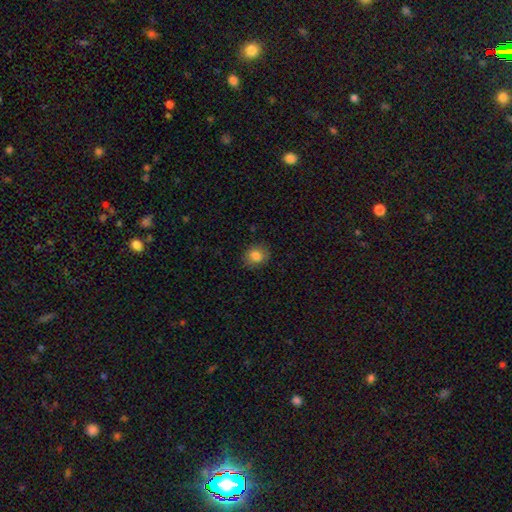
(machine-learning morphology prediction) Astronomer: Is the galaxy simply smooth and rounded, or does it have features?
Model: smooth — 82%.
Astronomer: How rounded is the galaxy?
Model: round — 66%.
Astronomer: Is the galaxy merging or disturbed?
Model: none — 84%.